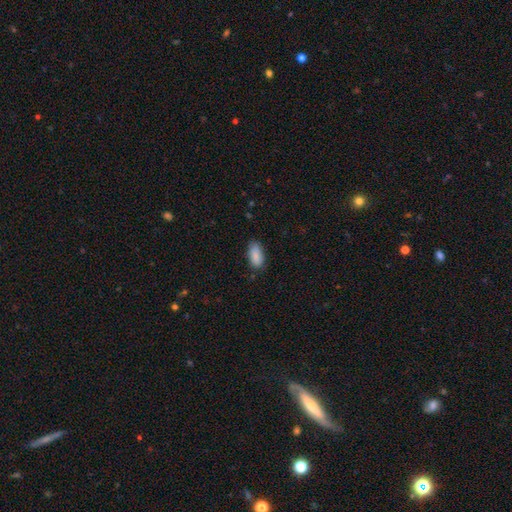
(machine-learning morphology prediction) smooth-or-featured: smooth: 89% | star or artifact: 7% | featured or disk: 4%
  how-rounded: in between: 90% | cigar-shaped: 8% | round: 2%
  merging: none: 78% | minor disturbance: 17% | major disturbance: 3% | merger: 1%